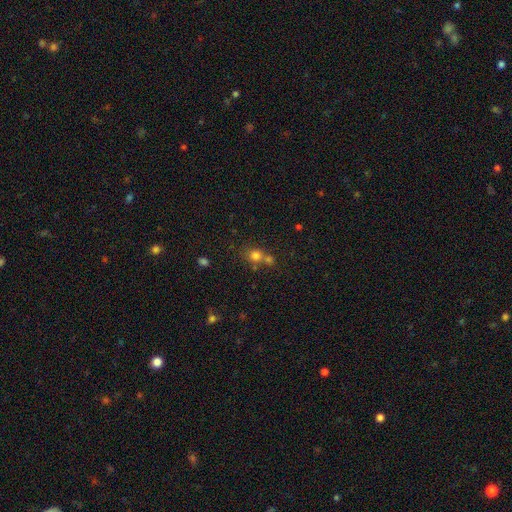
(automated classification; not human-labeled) Q: Smooth or featured?
A: smooth (74%); runner-up: star or artifact (15%)
Q: How rounded?
A: round (80%); runner-up: in between (19%)
Q: Merging?
A: none (47%); runner-up: merger (40%)